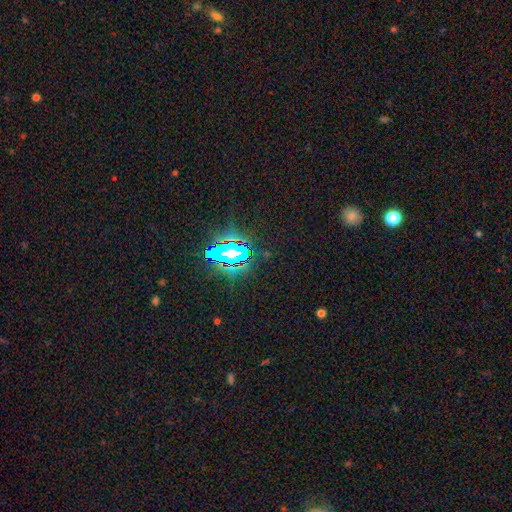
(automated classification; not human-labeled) Morphology: type=star or artifact (82%).